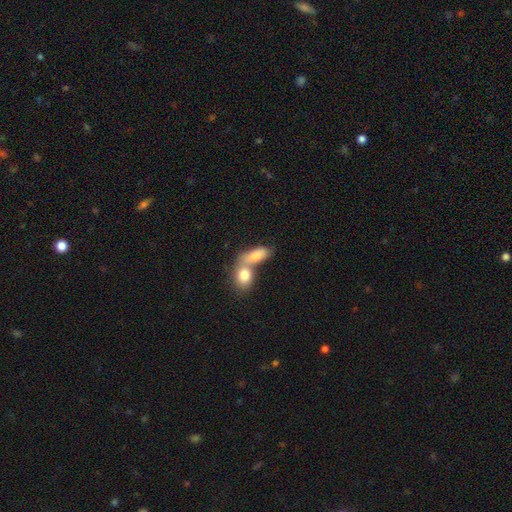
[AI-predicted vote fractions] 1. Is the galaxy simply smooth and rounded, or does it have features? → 81% smooth, 12% featured or disk, 7% star or artifact.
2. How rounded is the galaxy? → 81% in between, 10% round, 8% cigar-shaped.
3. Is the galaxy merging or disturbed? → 64% merger, 25% none, 8% minor disturbance, 4% major disturbance.